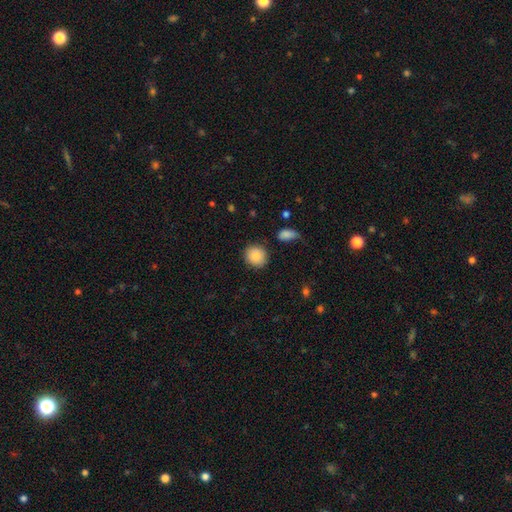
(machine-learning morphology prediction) Smooth or featured: smooth — 87% (star or artifact — 8%)
How rounded: round — 85% (in between — 14%)
Merging: none — 86% (minor disturbance — 9%)